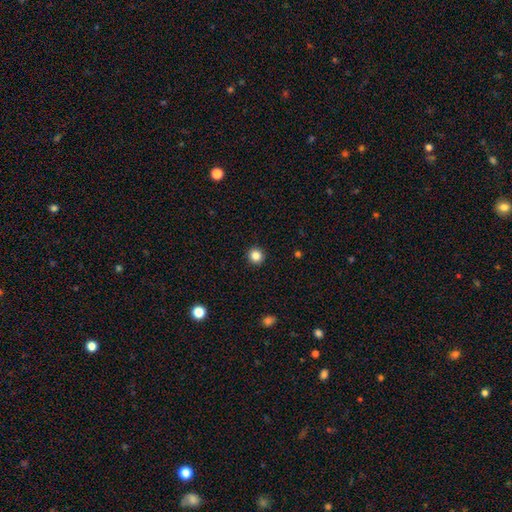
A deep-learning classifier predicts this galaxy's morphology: smooth_or_featured: smooth (p=0.85) [alt: star or artifact p=0.11]
how_rounded: round (p=0.94) [alt: in between p=0.06]
merging: none (p=0.93) [alt: minor disturbance p=0.04]